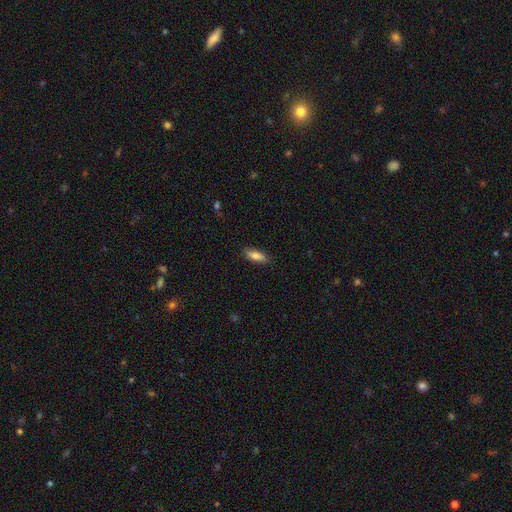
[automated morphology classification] smooth-or-featured: smooth: 79% | featured or disk: 15% | star or artifact: 7%
  how-rounded: in between: 61% | cigar-shaped: 37% | round: 2%
  merging: none: 84% | minor disturbance: 13% | major disturbance: 2% | merger: 1%